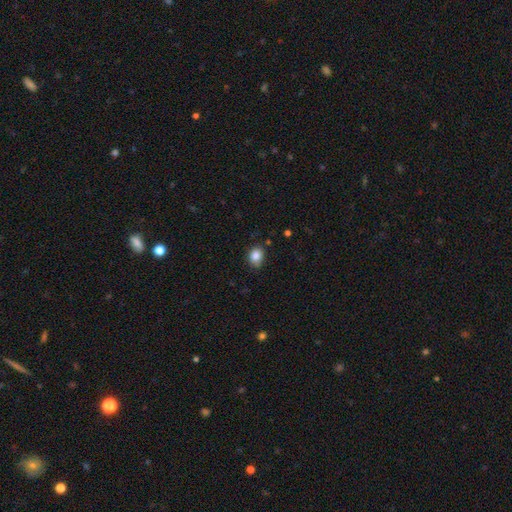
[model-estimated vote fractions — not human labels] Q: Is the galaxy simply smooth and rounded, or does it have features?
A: smooth — 86%.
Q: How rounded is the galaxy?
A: in between — 55%.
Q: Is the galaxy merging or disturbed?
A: none — 75%.